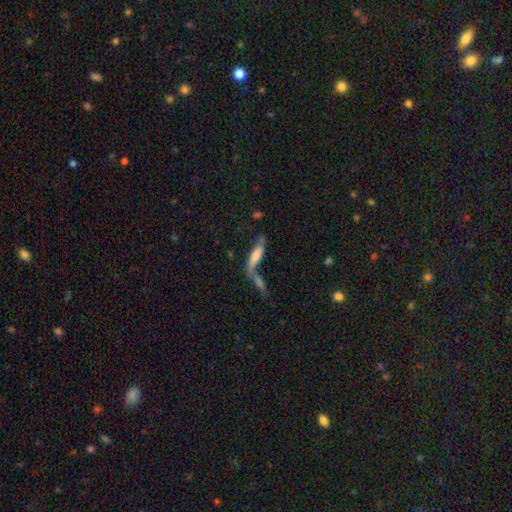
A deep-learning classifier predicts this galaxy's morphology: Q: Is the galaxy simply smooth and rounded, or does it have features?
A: smooth — 61%.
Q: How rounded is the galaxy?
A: cigar-shaped — 70%.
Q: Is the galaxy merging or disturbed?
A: merger — 50%.